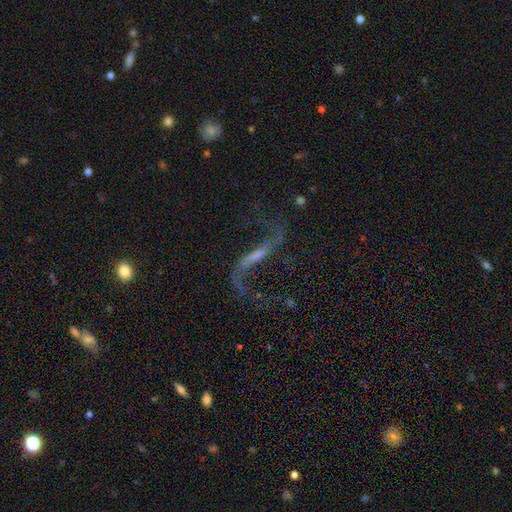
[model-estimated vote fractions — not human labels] Smooth or featured? Predicted: featured or disk (p=0.86). Edge-on disk? Predicted: no (p=0.87). Bar? Predicted: strong (p=0.52). Spiral arms? Predicted: yes (p=0.95). Spiral winding? Predicted: loose (p=0.92). Spiral arm count? Predicted: 2 (p=0.92). Bulge size? Predicted: small (p=0.39). Merging? Predicted: none (p=0.67).